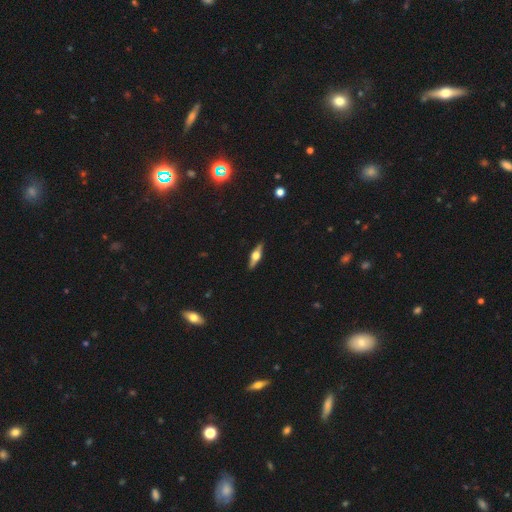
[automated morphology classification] Overall: featured or disk (70%). Edge-on disk: yes (96%). Edge-on bulge: rounded (93%). Merging: none (90%).